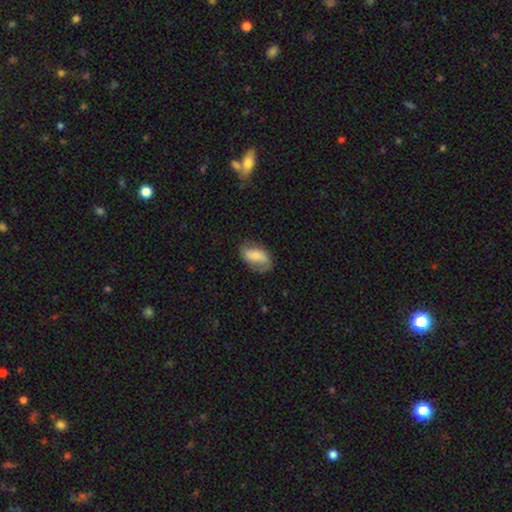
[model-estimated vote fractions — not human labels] A smooth galaxy with no disk features (50%) that is in between round and cigar-shaped (89%).

Vote fractions:
- Smooth or featured? smooth: 50% / featured or disk: 43% / star or artifact: 7%
- How rounded? in between: 89% / round: 8% / cigar-shaped: 3%
- Merging? none: 66% / minor disturbance: 23% / major disturbance: 10% / merger: 1%